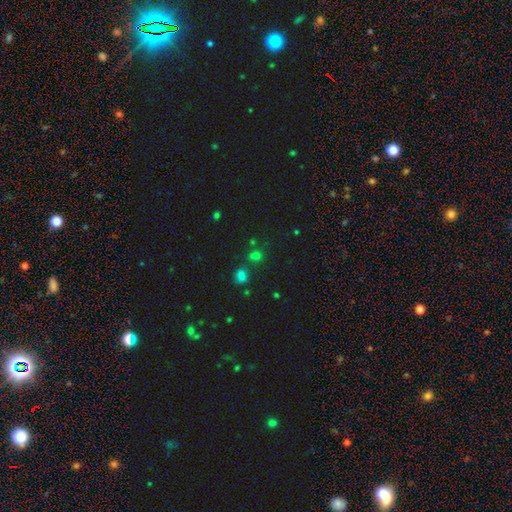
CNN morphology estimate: A smooth galaxy with no disk features (58%) that is round (58%). Merging: none (59%).